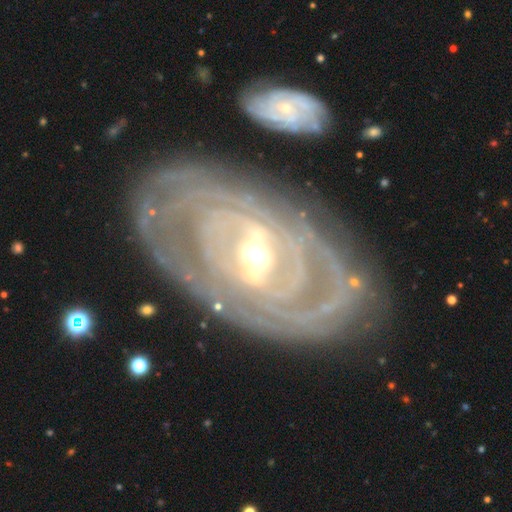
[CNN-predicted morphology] The model was most divided on "spiral arm count": can't tell: 31%, 2: 28%, 3: 15%, 4: 10%, more than 4: 9%, 1: 8%. Remaining: edge-on disk — no (94%); spiral arms — yes (92%); smooth or featured — featured or disk (90%); spiral winding — tight (75%); merging — none (72%); bulge size — moderate (54%); bar — strong (41%).